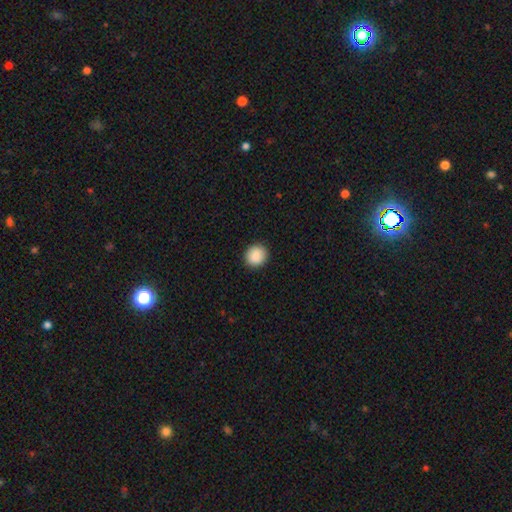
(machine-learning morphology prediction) Smooth or featured? Predicted: smooth (p=0.90). How rounded? Predicted: round (p=0.82). Merging? Predicted: none (p=0.91).